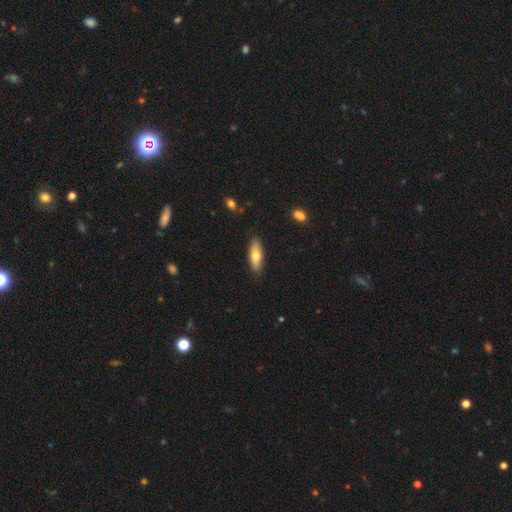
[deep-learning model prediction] Smooth or featured? Predicted: smooth (p=0.72). How rounded? Predicted: in between (p=0.57). Merging? Predicted: none (p=0.87).